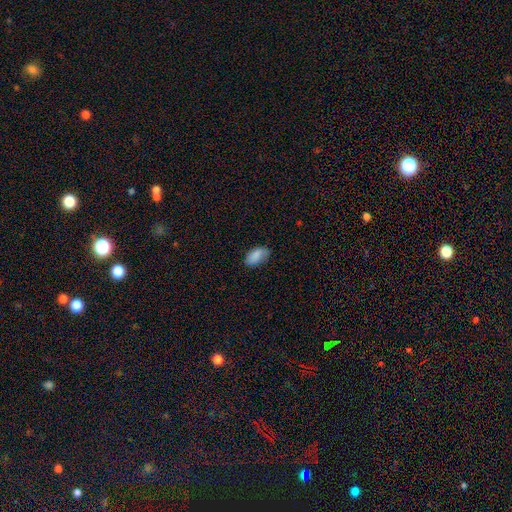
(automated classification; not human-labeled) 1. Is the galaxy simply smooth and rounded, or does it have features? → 85% smooth, 7% featured or disk, 7% star or artifact.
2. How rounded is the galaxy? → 93% in between, 4% round, 3% cigar-shaped.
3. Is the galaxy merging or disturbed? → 73% none, 21% minor disturbance, 4% major disturbance, 1% merger.